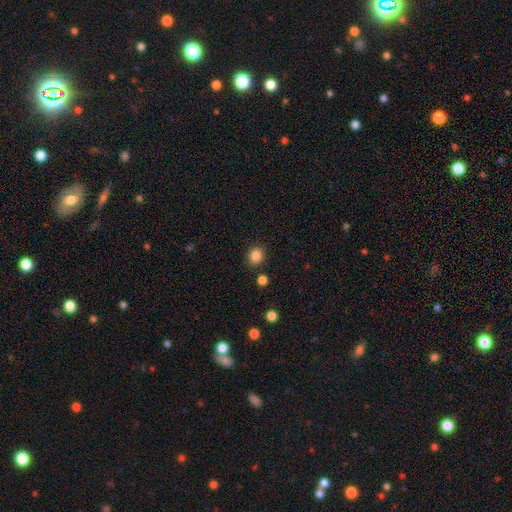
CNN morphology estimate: A smooth galaxy with no disk features (85%) that is round (80%). Merging: none (87%).